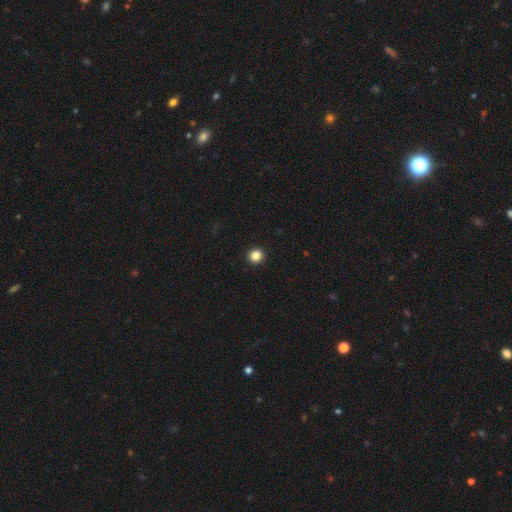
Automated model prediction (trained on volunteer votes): Q: Smooth or featured?
A: smooth (85%); runner-up: star or artifact (12%)
Q: How rounded?
A: round (94%); runner-up: in between (5%)
Q: Merging?
A: none (94%); runner-up: minor disturbance (4%)